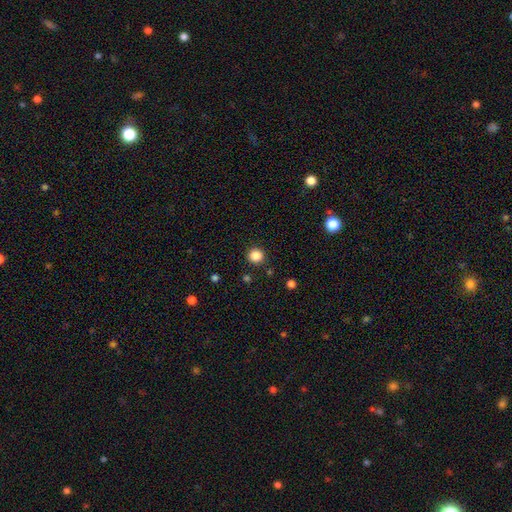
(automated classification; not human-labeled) The model was most divided on "smooth or featured": smooth: 85%, star or artifact: 12%, featured or disk: 3%. More confident: how rounded — round (93%); merging — none (90%).